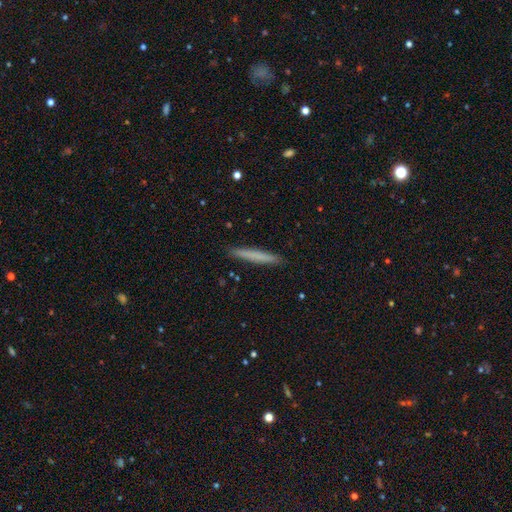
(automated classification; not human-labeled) Smooth or featured?
  - smooth: 71% *
  - featured or disk: 23%
  - star or artifact: 6%
How rounded?
  - cigar-shaped: 97% *
  - in between: 2%
  - round: 1%
Merging?
  - none: 92% *
  - minor disturbance: 6%
  - major disturbance: 1%
  - merger: 1%